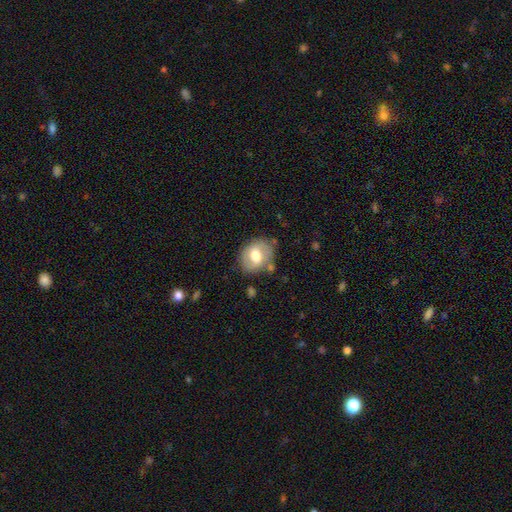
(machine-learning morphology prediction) Smooth or featured? Predicted: smooth (p=0.59). How rounded? Predicted: in between (p=0.59). Merging? Predicted: none (p=0.70).